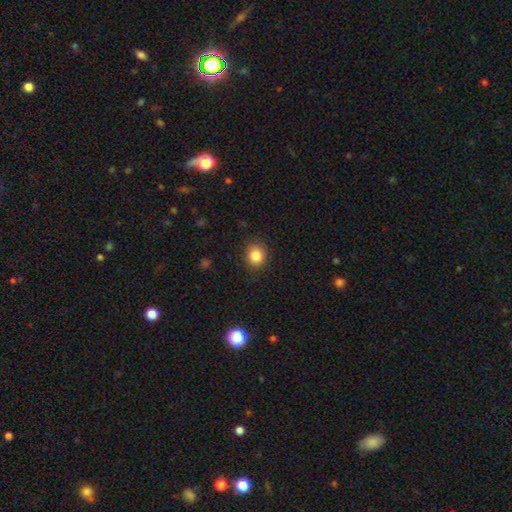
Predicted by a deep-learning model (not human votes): This is clearly a smooth galaxy (85%). How rounded: likely round (74%). Merging: clearly none (86%).